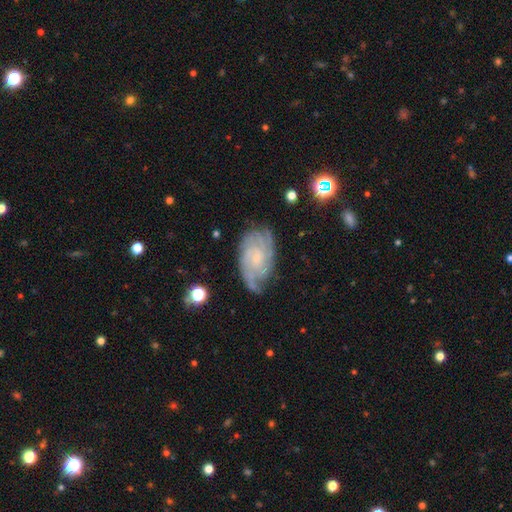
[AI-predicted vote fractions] Smooth or featured: featured or disk — 80% (smooth — 13%)
Edge-on disk: no — 96% (yes — 4%)
Bar: no — 63% (weak — 32%)
Spiral arms: yes — 95% (no — 5%)
Spiral winding: tight — 64% (medium — 29%)
Spiral arm count: can't tell — 34% (2 — 24%)
Bulge size: small — 61% (moderate — 21%)
Merging: none — 69% (minor disturbance — 22%)